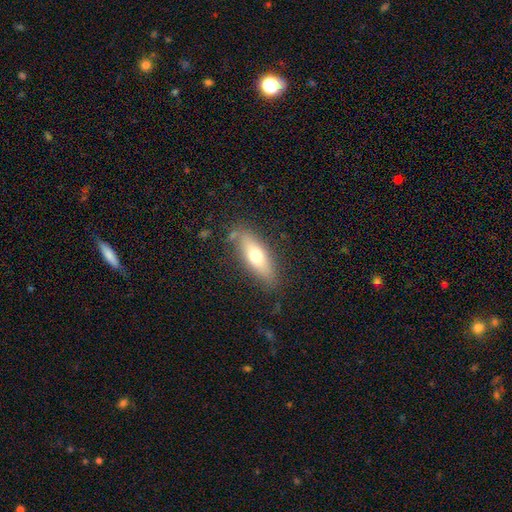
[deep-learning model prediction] This is likely a smooth galaxy (62%). How rounded: possibly in between (55%). Merging: likely none (79%).